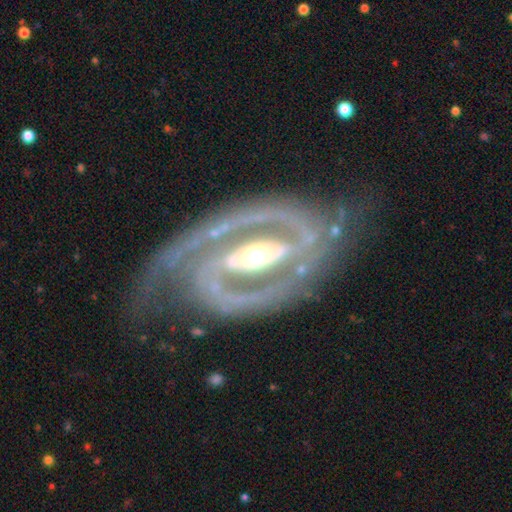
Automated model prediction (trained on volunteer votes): A featured or disk galaxy (93%) with a strong bar (57%), 2 (90%) tight (49%) spiral arms (96%) and a moderate central bulge (67%). Merging: none (64%).